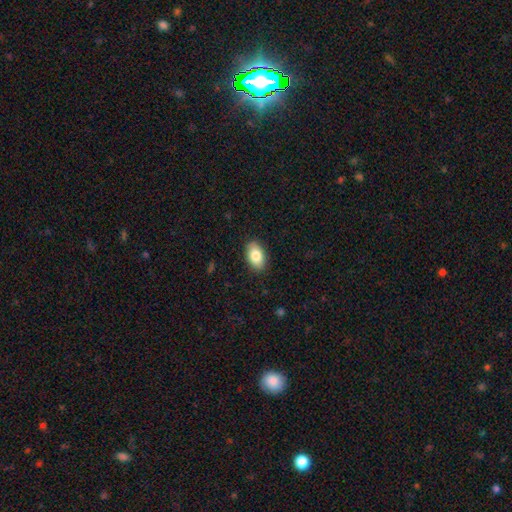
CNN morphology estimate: Smooth or featured?
  - smooth: 84% *
  - featured or disk: 9%
  - star or artifact: 7%
How rounded?
  - in between: 92% *
  - round: 7%
  - cigar-shaped: 2%
Merging?
  - none: 88% *
  - minor disturbance: 9%
  - major disturbance: 2%
  - merger: 1%